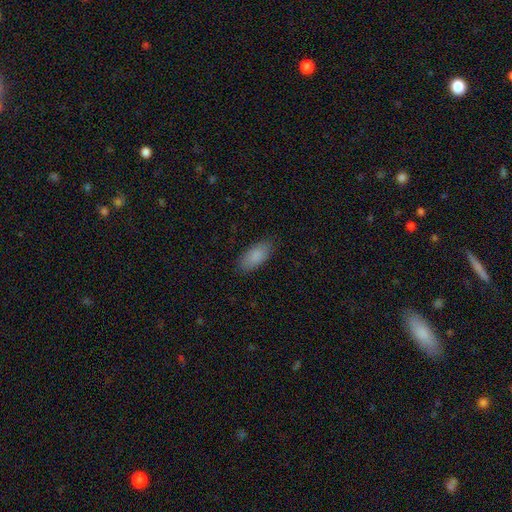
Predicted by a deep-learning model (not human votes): smooth 88%, star or artifact 6%, featured or disk 6%. Down the decision tree: how rounded — in between (90%); merging — none (86%).